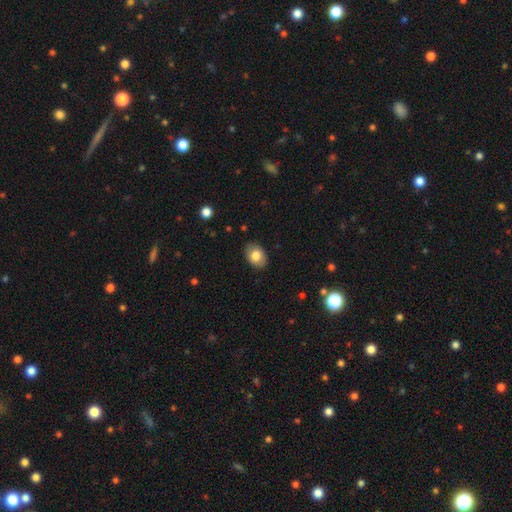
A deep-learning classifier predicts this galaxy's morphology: Overall: smooth (79%). How rounded: in between (75%). Merging: none (85%).